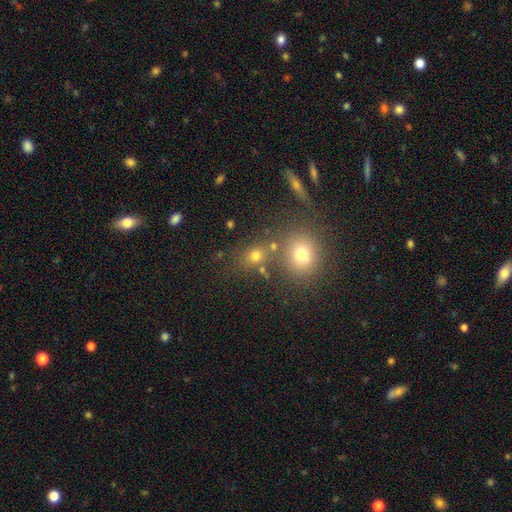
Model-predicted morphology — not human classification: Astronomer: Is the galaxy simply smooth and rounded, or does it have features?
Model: smooth — 66%.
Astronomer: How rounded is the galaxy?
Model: round — 64%.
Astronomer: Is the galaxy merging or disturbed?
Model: none — 66%.